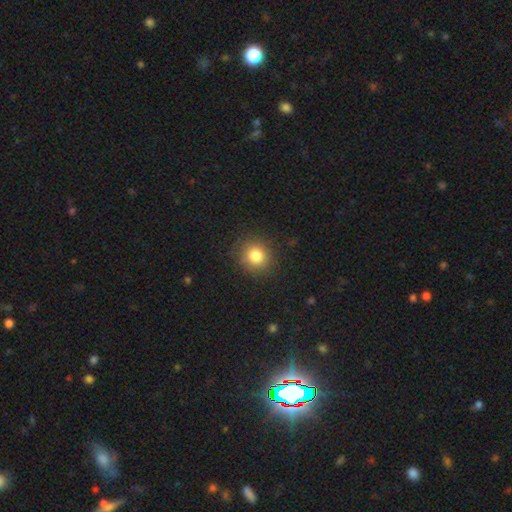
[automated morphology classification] This appears to be a smooth galaxy with no disk features (82%) that is round (86%). Merging: none (85%).